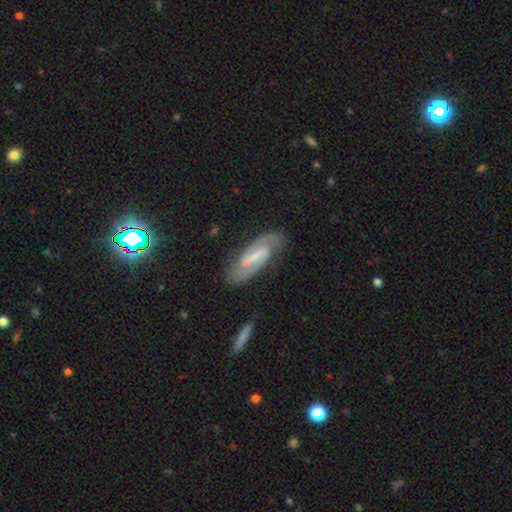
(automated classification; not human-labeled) Smooth or featured?
  - featured or disk: 84% *
  - smooth: 10%
  - star or artifact: 6%
Edge-on disk?
  - no: 93% *
  - yes: 7%
Bar?
  - strong: 48% *
  - weak: 40%
  - no: 12%
Spiral arms?
  - yes: 95% *
  - no: 5%
Spiral winding?
  - medium: 51% *
  - tight: 32%
  - loose: 17%
Spiral arm count?
  - 2: 91% *
  - can't tell: 5%
  - 1: 2%
  - 3: 1%
  - 4: 1%
  - more than 4: 1%
Bulge size?
  - small: 52% *
  - none: 23%
  - moderate: 21%
  - large: 2%
  - dominant: 1%
Merging?
  - none: 82% *
  - minor disturbance: 12%
  - major disturbance: 3%
  - merger: 2%